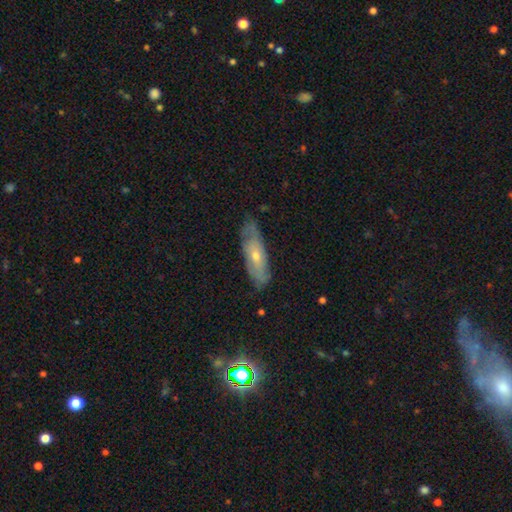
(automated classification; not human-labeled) This is possibly a featured or disk galaxy (58%). It is likely not viewed edge-on (67%). Merging: likely none (73%).